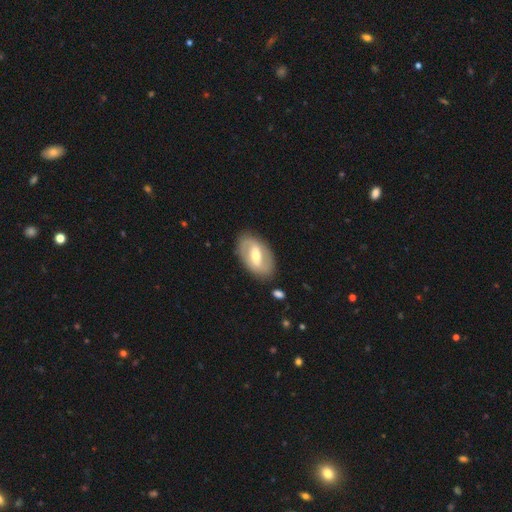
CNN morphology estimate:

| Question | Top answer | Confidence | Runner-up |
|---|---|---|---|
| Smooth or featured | featured or disk | 66% | smooth (29%) |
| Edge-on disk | no | 93% | yes (7%) |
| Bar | strong | 46% | weak (39%) |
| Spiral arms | yes | 61% | no (39%) |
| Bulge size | moderate | 62% | small (30%) |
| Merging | none | 83% | minor disturbance (11%) |